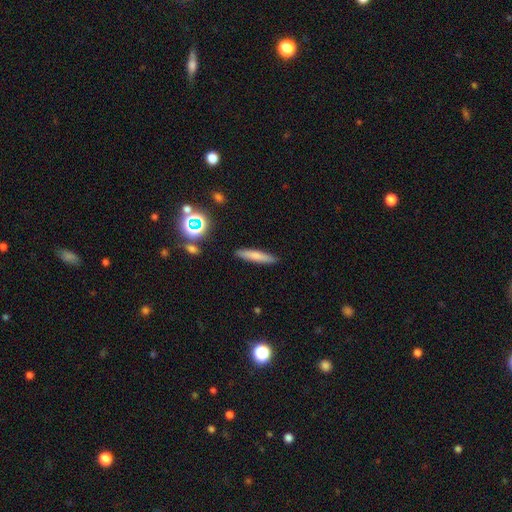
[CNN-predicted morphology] smooth_or_featured: smooth (p=0.72) [alt: featured or disk p=0.19]
how_rounded: cigar-shaped (p=0.87) [alt: in between p=0.11]
merging: none (p=0.89) [alt: minor disturbance p=0.08]